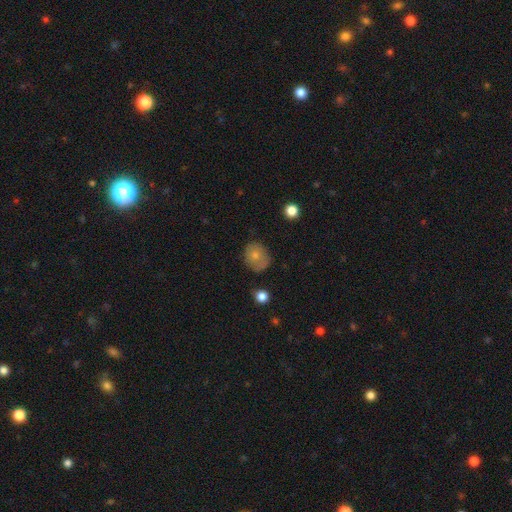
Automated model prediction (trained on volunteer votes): The model was most divided on "how rounded": round: 64%, in between: 35%, cigar-shaped: 1%. More confident: smooth or featured — smooth (72%); merging — none (69%).